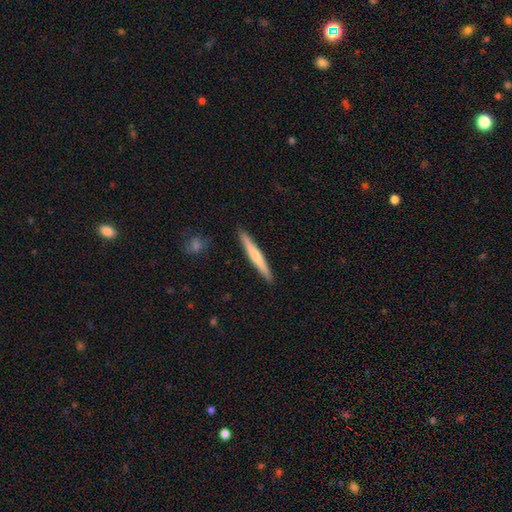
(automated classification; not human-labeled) Smooth or featured: smooth — 57% (featured or disk — 38%)
How rounded: cigar-shaped — 96% (in between — 3%)
Merging: none — 92% (minor disturbance — 6%)